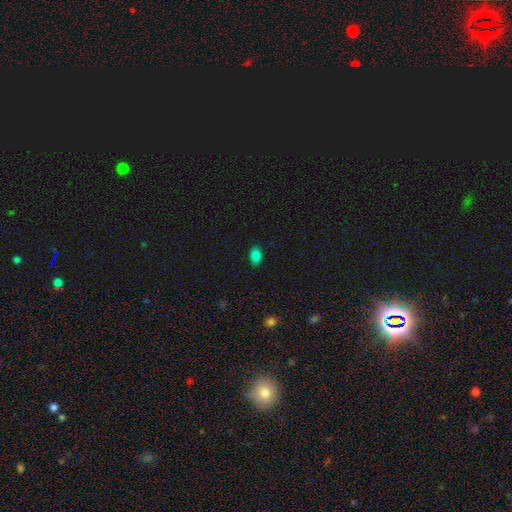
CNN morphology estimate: Smooth or featured? Predicted: smooth (p=0.83). How rounded? Predicted: in between (p=0.83). Merging? Predicted: none (p=0.88).